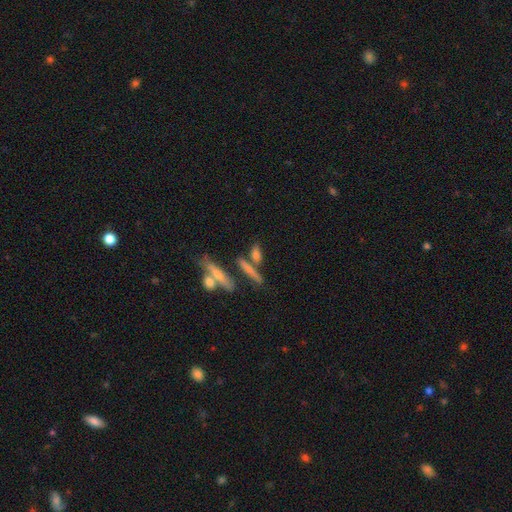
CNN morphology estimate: type=smooth (52%); roundness=cigar-shaped (70%); merging=none (59%).